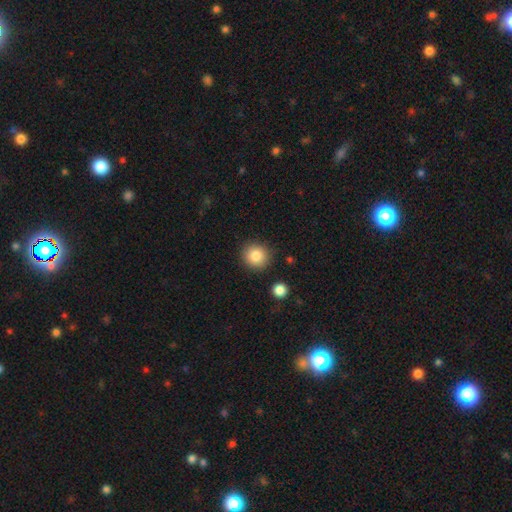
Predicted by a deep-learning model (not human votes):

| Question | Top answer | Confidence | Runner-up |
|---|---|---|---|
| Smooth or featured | smooth | 84% | star or artifact (9%) |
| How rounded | round | 92% | in between (7%) |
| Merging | none | 88% | minor disturbance (7%) |